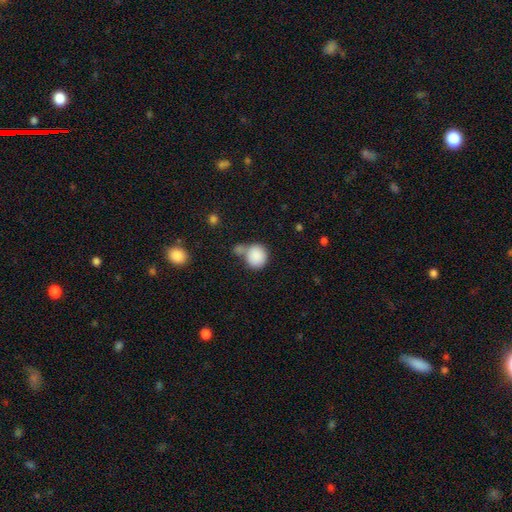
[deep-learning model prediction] Smooth or featured?
  - smooth: 87% *
  - star or artifact: 8%
  - featured or disk: 5%
How rounded?
  - round: 82% *
  - in between: 17%
  - cigar-shaped: 1%
Merging?
  - none: 45% *
  - merger: 32%
  - minor disturbance: 16%
  - major disturbance: 7%